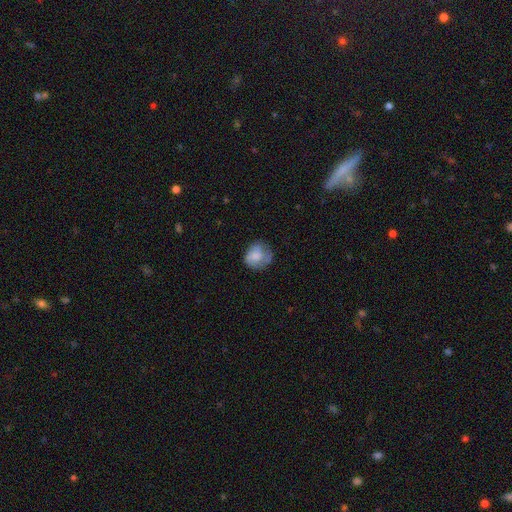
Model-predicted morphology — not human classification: type=smooth (68%); roundness=round (74%); merging=none (53%).